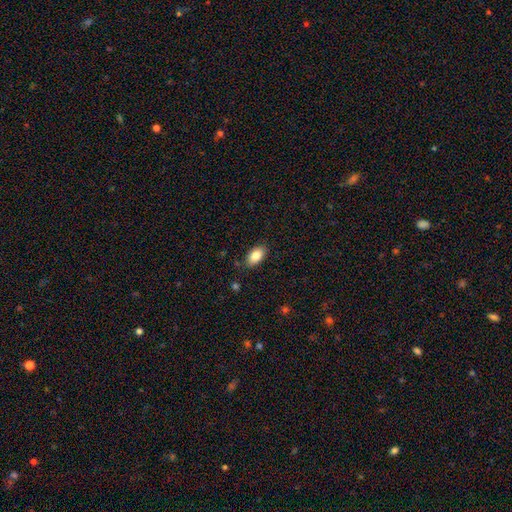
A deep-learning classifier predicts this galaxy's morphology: Smooth or featured? smooth (84%)
How rounded? in between (92%)
Merging? none (85%)